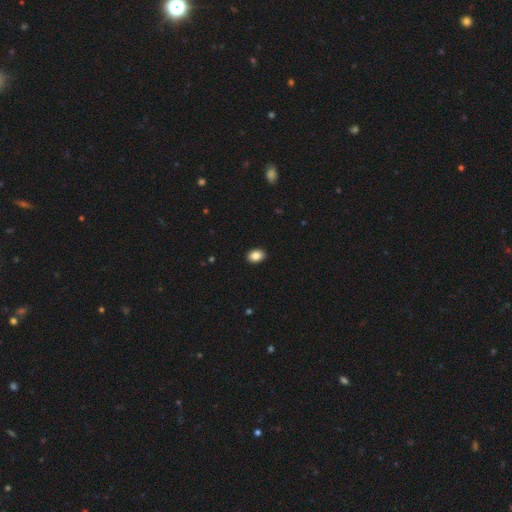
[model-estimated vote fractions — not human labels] Smooth or featured?
  - smooth: 87% *
  - star or artifact: 8%
  - featured or disk: 5%
How rounded?
  - in between: 73% *
  - round: 26%
  - cigar-shaped: 1%
Merging?
  - none: 92% *
  - minor disturbance: 6%
  - major disturbance: 2%
  - merger: 1%